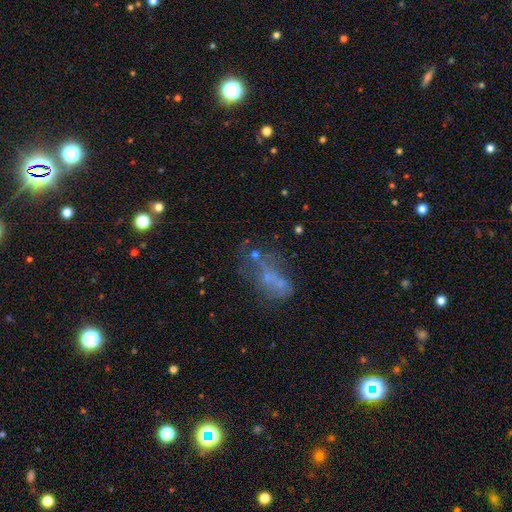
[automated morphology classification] smooth-or-featured: featured or disk: 42% | smooth: 34% | star or artifact: 24%
  merging: none: 32% | major disturbance: 29% | merger: 23% | minor disturbance: 16%